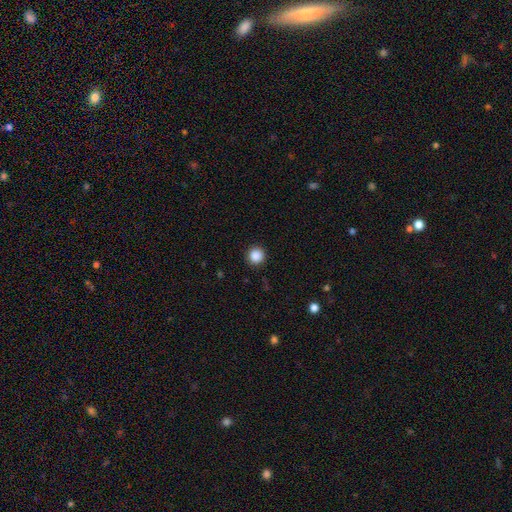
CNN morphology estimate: A smooth galaxy with no disk features (88%) that is round (95%).

Vote fractions:
- Smooth or featured? smooth: 88% / star or artifact: 10% / featured or disk: 3%
- How rounded? round: 95% / in between: 4% / cigar-shaped: 1%
- Merging? none: 92% / minor disturbance: 5% / major disturbance: 2% / merger: 1%